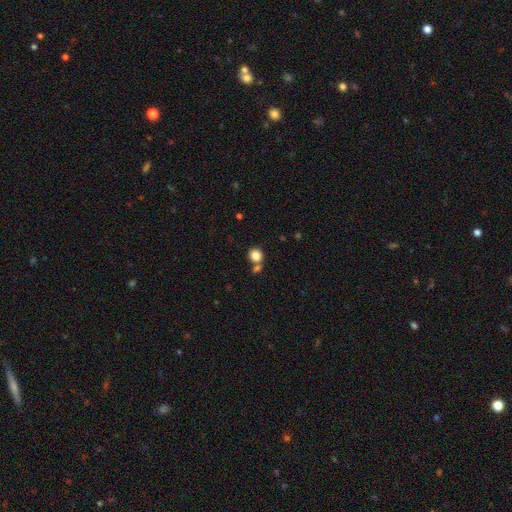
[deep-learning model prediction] A smooth galaxy with no disk features (84%) that is round (85%).

Vote fractions:
- Smooth or featured? smooth: 84% / star or artifact: 10% / featured or disk: 6%
- How rounded? round: 85% / in between: 14% / cigar-shaped: 1%
- Merging? none: 60% / merger: 28% / minor disturbance: 9% / major disturbance: 3%